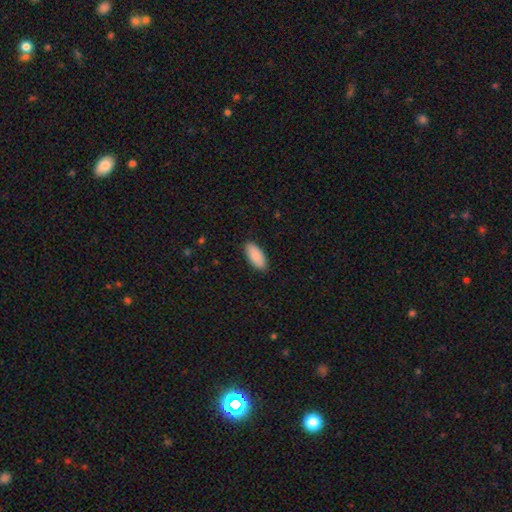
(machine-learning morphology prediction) A smooth galaxy with no disk features (89%) that is in between round and cigar-shaped (90%). Merging: none (89%).